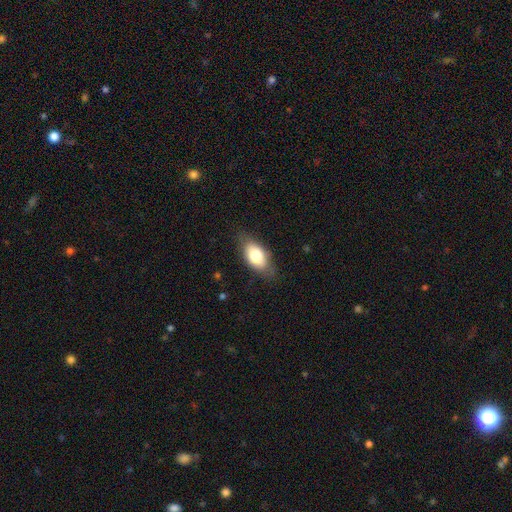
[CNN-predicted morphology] smooth 74%, featured or disk 20%, star or artifact 7%. Down the decision tree: how rounded — in between (89%); merging — none (76%).